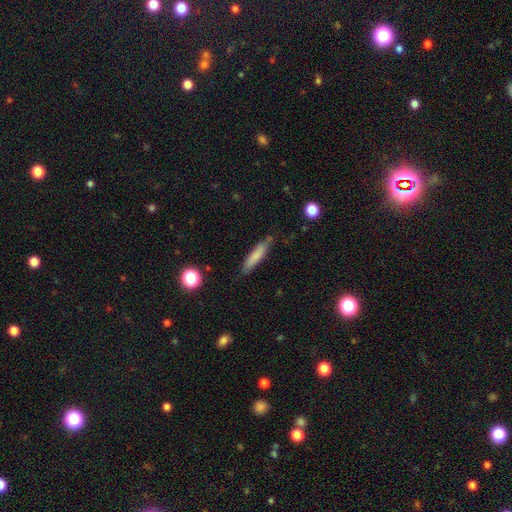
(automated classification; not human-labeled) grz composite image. It shows a smooth galaxy with no disk features (75%) that is cigar-shaped (85%). Merging: none (77%).